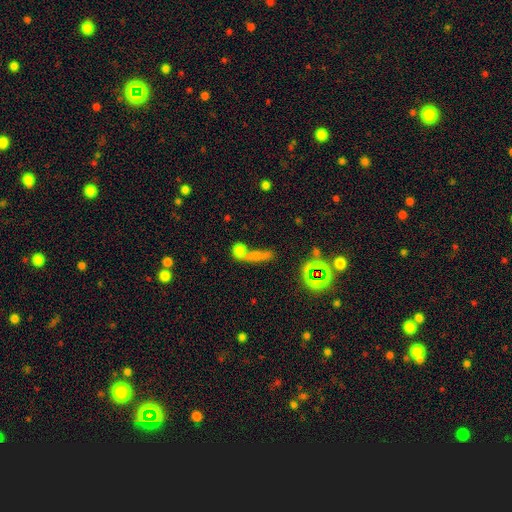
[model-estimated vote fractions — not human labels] smooth_or_featured: smooth (p=0.63) [alt: star or artifact p=0.21]
how_rounded: cigar-shaped (p=0.38) [alt: in between p=0.31]
merging: merger (p=0.42) [alt: none p=0.38]